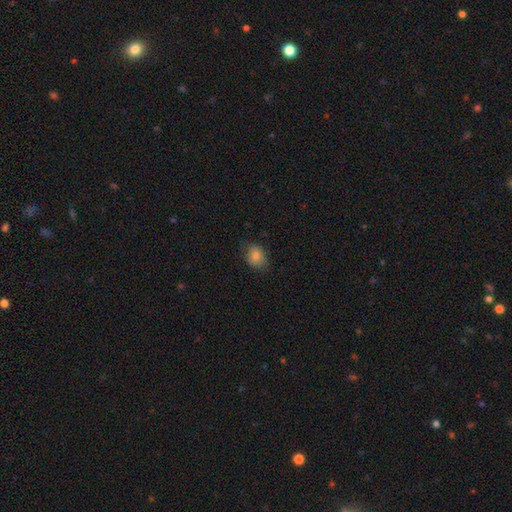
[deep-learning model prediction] Morphology: type=smooth (79%); roundness=in between (59%); merging=none (74%).